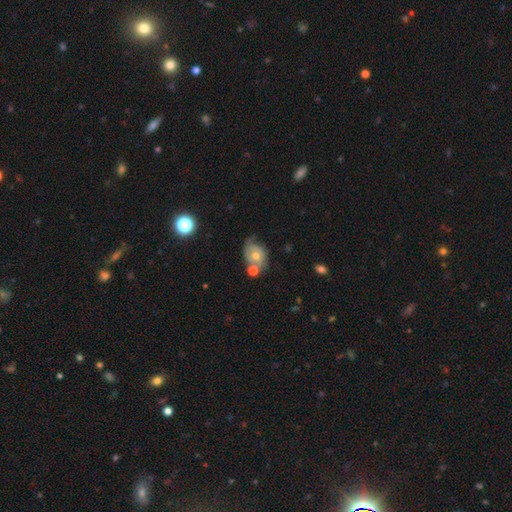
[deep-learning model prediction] This appears to be a smooth galaxy with no disk features (50%) that is in between round and cigar-shaped (62%). Merging: none (39%).